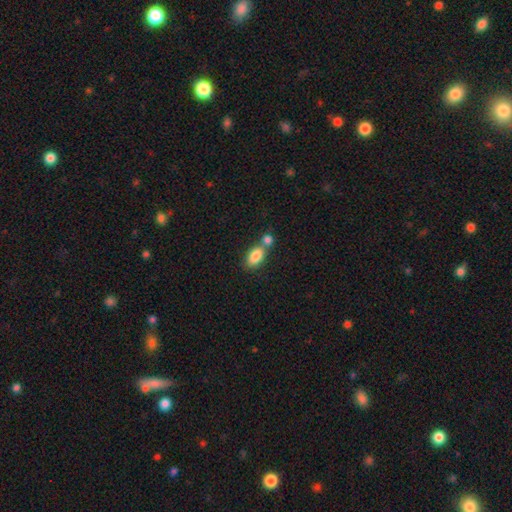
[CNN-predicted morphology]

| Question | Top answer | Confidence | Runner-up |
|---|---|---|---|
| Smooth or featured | smooth | 83% | featured or disk (9%) |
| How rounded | in between | 87% | round (8%) |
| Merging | merger | 46% | none (41%) |